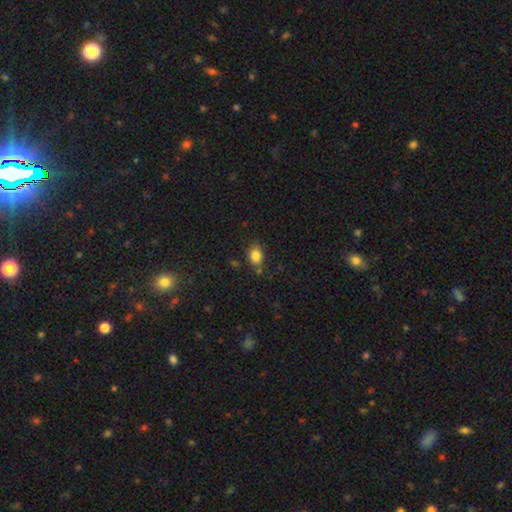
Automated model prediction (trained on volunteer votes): Smooth or featured? Predicted: smooth (p=0.84). How rounded? Predicted: in between (p=0.64). Merging? Predicted: none (p=0.78).